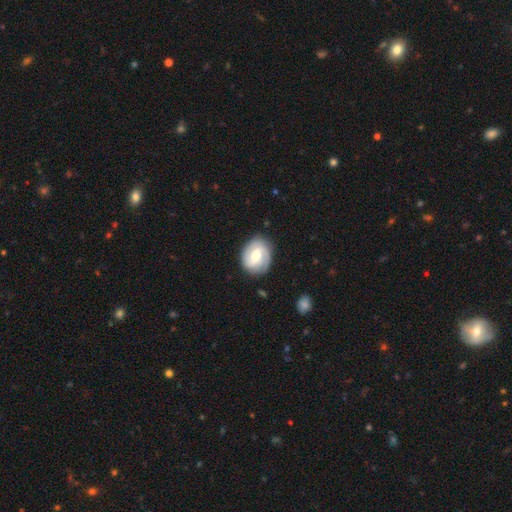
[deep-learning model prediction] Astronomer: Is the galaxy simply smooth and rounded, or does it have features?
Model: featured or disk — 72%.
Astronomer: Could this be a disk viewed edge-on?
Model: no — 97%.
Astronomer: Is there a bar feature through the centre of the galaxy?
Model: weak — 51% (runner-up: no, 26%).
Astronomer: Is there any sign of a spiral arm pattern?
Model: yes — 90%.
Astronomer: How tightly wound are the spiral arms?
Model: medium — 42% (runner-up: tight, 35%).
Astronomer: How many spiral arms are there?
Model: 2 — 72%.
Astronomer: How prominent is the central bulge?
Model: moderate — 62%.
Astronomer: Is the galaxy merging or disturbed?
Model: none — 83%.